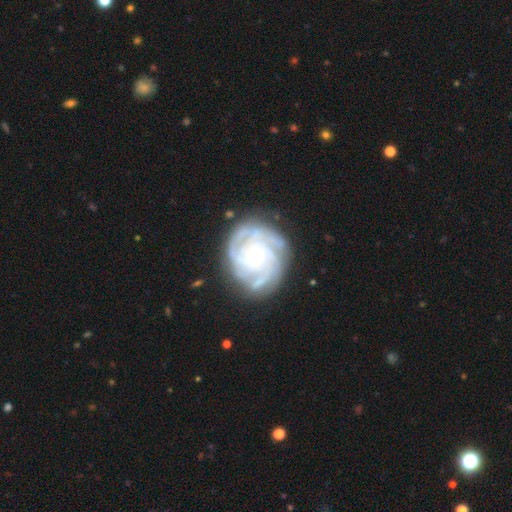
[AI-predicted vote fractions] The model was most divided on "spiral arm count": 4: 28%, can't tell: 24%, 3: 21%, more than 4: 11%, 2: 10%, 1: 6%. More confident: edge-on disk — no (98%); spiral arms — yes (96%); smooth or featured — featured or disk (86%); merging — none (75%); spiral winding — tight (74%); bar — no (73%); bulge size — small (71%).